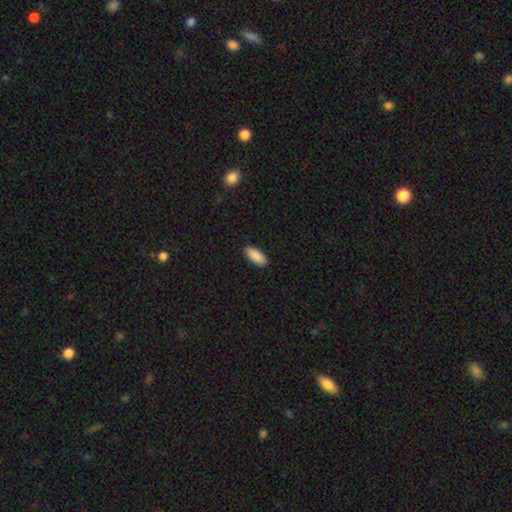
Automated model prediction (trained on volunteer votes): Smooth or featured?
  - smooth: 91% *
  - star or artifact: 6%
  - featured or disk: 3%
How rounded?
  - in between: 84% *
  - cigar-shaped: 14%
  - round: 2%
Merging?
  - none: 90% *
  - minor disturbance: 7%
  - major disturbance: 2%
  - merger: 1%